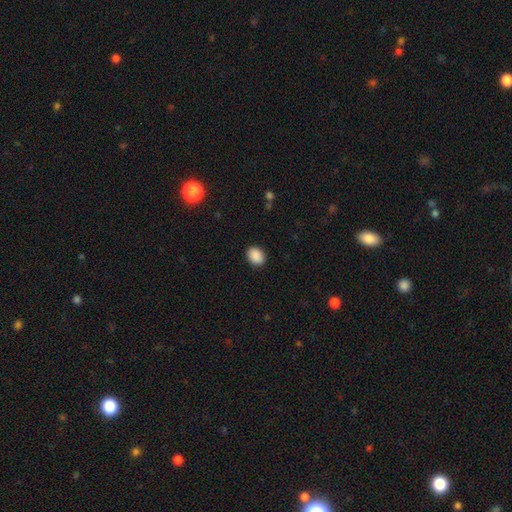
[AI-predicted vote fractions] Q: Smooth or featured?
A: smooth (90%); runner-up: star or artifact (8%)
Q: How rounded?
A: in between (67%); runner-up: round (32%)
Q: Merging?
A: none (89%); runner-up: minor disturbance (8%)